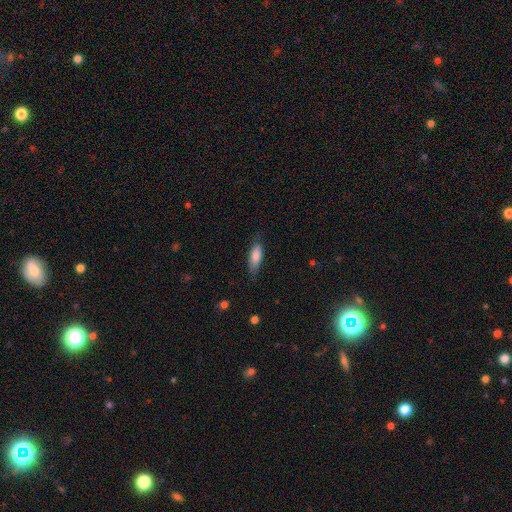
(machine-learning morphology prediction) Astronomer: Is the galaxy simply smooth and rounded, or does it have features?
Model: smooth — 81%.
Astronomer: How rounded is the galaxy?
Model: in between — 64%.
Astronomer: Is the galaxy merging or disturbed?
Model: none — 72%.